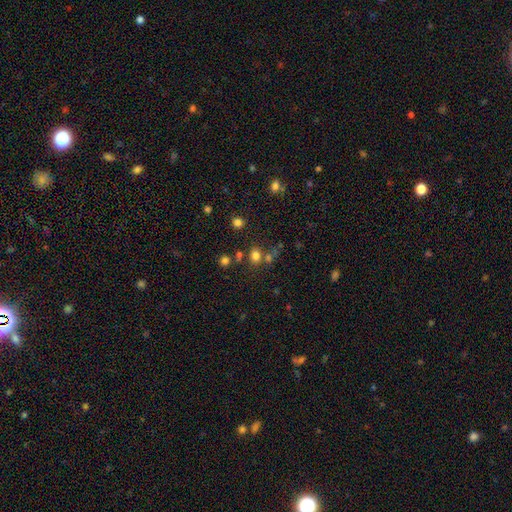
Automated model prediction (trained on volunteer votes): A smooth galaxy with no disk features (73%) that is round (64%).

Vote fractions:
- Smooth or featured? smooth: 73% / star or artifact: 20% / featured or disk: 8%
- How rounded? round: 64% / in between: 35% / cigar-shaped: 1%
- Merging? none: 62% / merger: 22% / minor disturbance: 11% / major disturbance: 5%